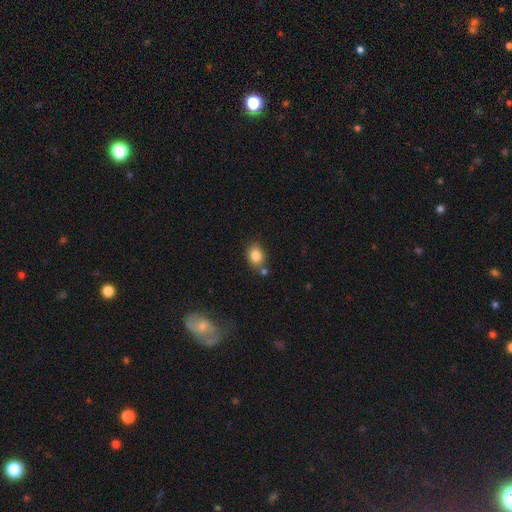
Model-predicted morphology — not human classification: smooth_or_featured: smooth (p=0.83) [alt: star or artifact p=0.10]
how_rounded: in between (p=0.53) [alt: round p=0.46]
merging: none (p=0.70) [alt: minor disturbance p=0.14]